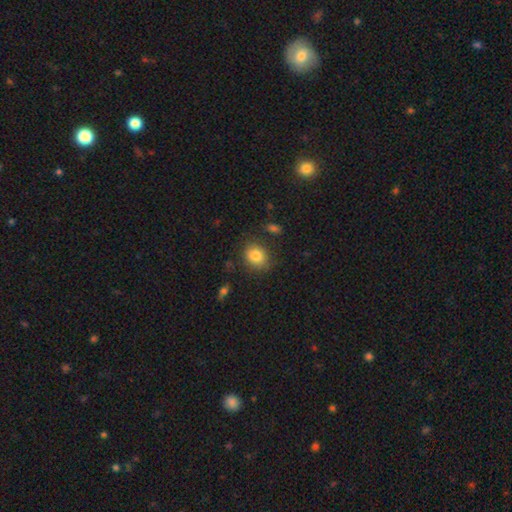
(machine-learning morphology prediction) Smooth or featured: smooth — 83% (star or artifact — 10%)
How rounded: round — 57% (in between — 42%)
Merging: none — 78% (minor disturbance — 15%)